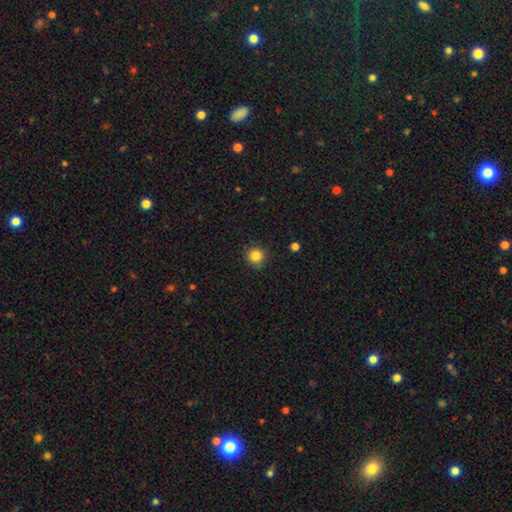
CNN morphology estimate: Smooth or featured?
  - smooth: 84% *
  - star or artifact: 11%
  - featured or disk: 5%
How rounded?
  - round: 94% *
  - in between: 5%
  - cigar-shaped: 1%
Merging?
  - none: 89% *
  - minor disturbance: 8%
  - major disturbance: 2%
  - merger: 1%